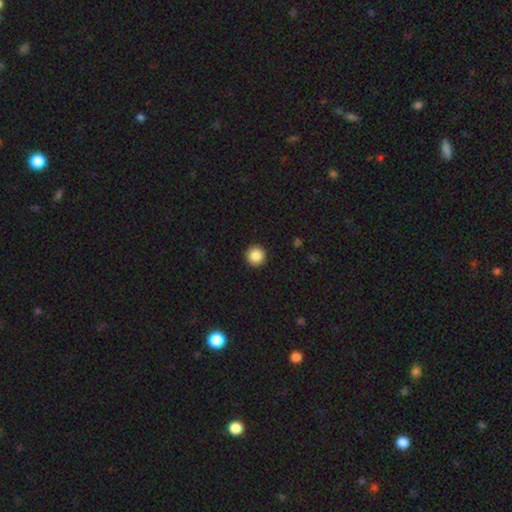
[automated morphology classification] Q: Smooth or featured?
A: smooth (87%); runner-up: star or artifact (9%)
Q: How rounded?
A: round (96%); runner-up: in between (3%)
Q: Merging?
A: none (93%); runner-up: minor disturbance (4%)